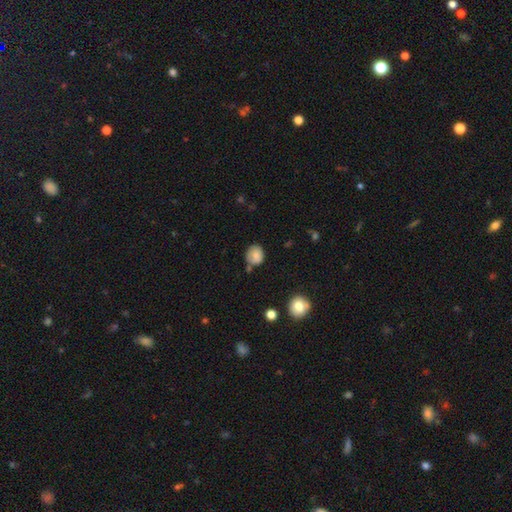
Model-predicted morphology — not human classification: Smooth or featured? smooth (81%)
How rounded? round (74%)
Merging? none (65%)